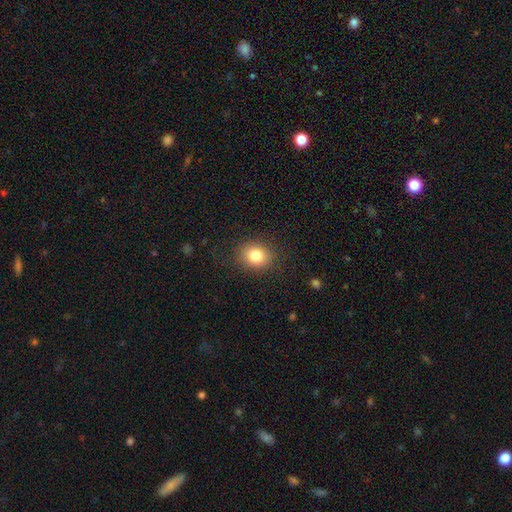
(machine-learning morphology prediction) Smooth or featured: smooth — 83% (star or artifact — 10%)
How rounded: round — 59% (in between — 40%)
Merging: none — 86% (minor disturbance — 10%)